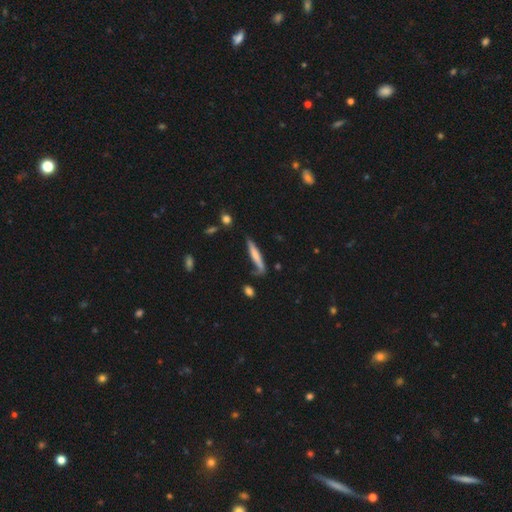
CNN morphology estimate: A smooth galaxy with no disk features (59%) that is cigar-shaped (92%).

Vote fractions:
- Smooth or featured? smooth: 59% / featured or disk: 34% / star or artifact: 6%
- How rounded? cigar-shaped: 92% / in between: 7% / round: 2%
- Merging? none: 60% / minor disturbance: 25% / major disturbance: 9% / merger: 6%